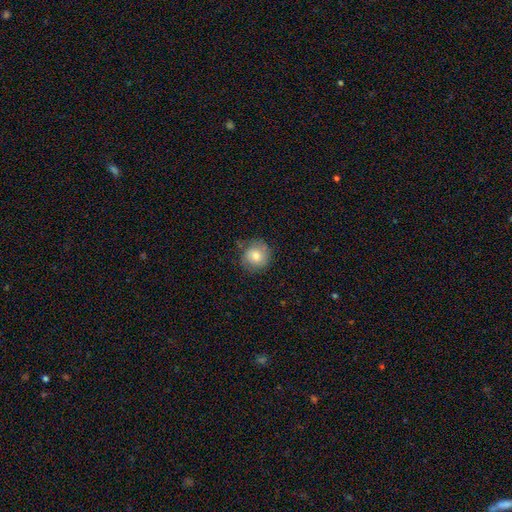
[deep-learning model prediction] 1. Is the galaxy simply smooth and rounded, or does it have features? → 74% smooth, 17% featured or disk, 9% star or artifact.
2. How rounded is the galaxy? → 88% round, 11% in between, 1% cigar-shaped.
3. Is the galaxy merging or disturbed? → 75% none, 18% minor disturbance, 5% major disturbance, 1% merger.